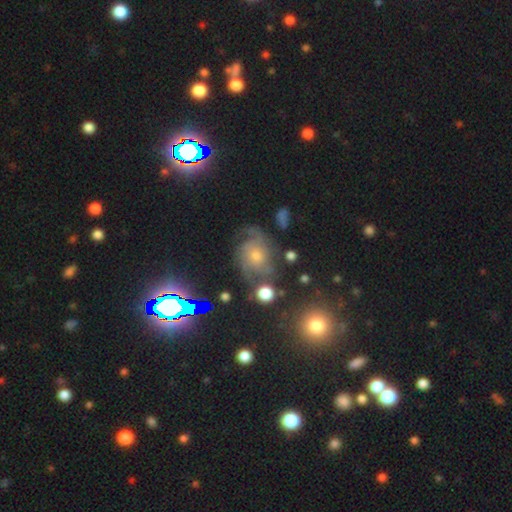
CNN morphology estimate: Q: Smooth or featured?
A: featured or disk (68%); runner-up: star or artifact (18%)
Q: Edge-on disk?
A: no (97%); runner-up: yes (3%)
Q: Bar?
A: no (73%); runner-up: weak (22%)
Q: Spiral arms?
A: yes (94%); runner-up: no (6%)
Q: Spiral winding?
A: medium (43%); runner-up: tight (41%)
Q: Spiral arm count?
A: 3 (30%); runner-up: can't tell (25%)
Q: Bulge size?
A: moderate (50%); runner-up: small (38%)
Q: Merging?
A: none (62%); runner-up: minor disturbance (20%)